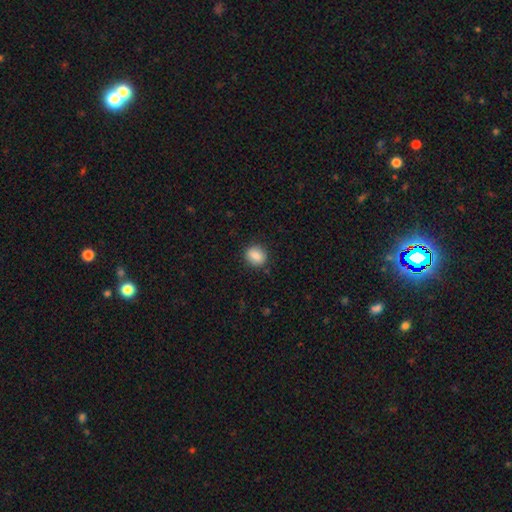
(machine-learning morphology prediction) type=smooth (86%); roundness=round (70%); merging=none (88%).